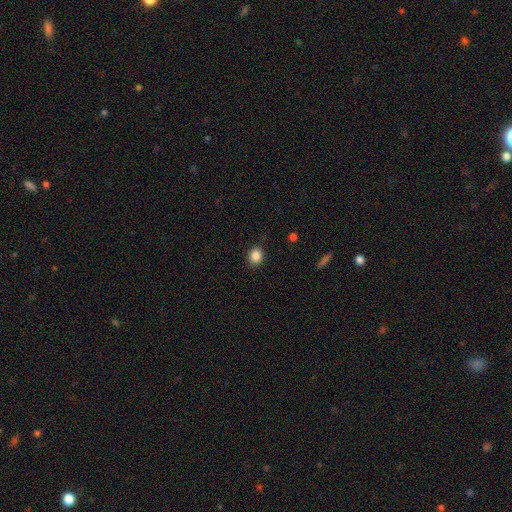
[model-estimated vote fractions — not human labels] Smooth or featured?
  - smooth: 86% *
  - star or artifact: 10%
  - featured or disk: 4%
How rounded?
  - round: 61% *
  - in between: 38%
  - cigar-shaped: 1%
Merging?
  - none: 89% *
  - minor disturbance: 8%
  - major disturbance: 2%
  - merger: 1%